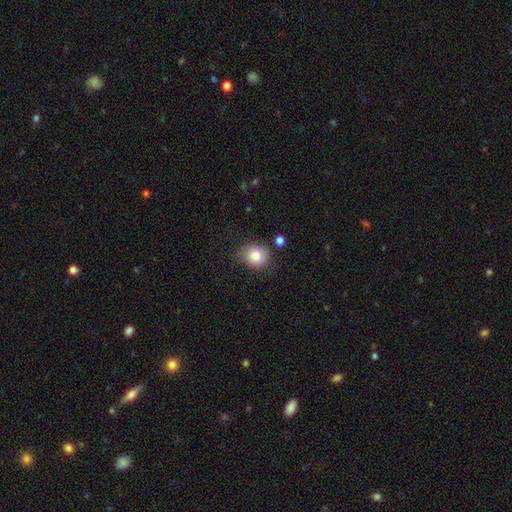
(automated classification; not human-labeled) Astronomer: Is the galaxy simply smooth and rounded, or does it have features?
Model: smooth — 82%.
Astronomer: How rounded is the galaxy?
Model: round — 72%.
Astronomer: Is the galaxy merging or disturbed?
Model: none — 73%.